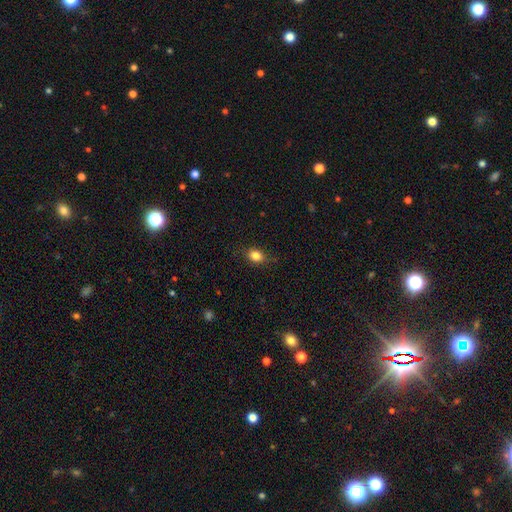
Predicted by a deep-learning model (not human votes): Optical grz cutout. It shows a smooth galaxy with no disk features (83%) that is in between round and cigar-shaped (58%). Merging: none (82%).